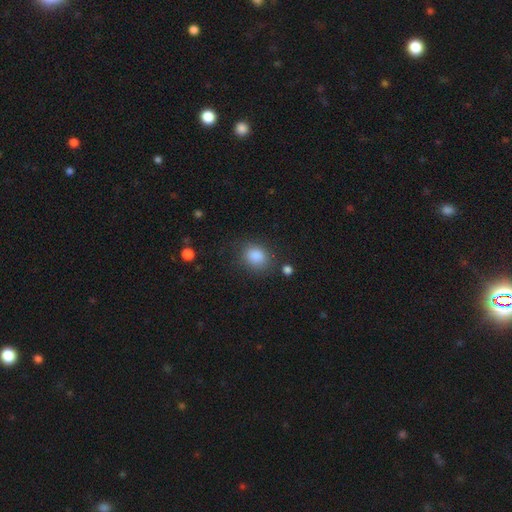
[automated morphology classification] smooth_or_featured: smooth (p=0.86) [alt: star or artifact p=0.10]
how_rounded: round (p=0.52) [alt: in between p=0.47]
merging: none (p=0.76) [alt: minor disturbance p=0.15]